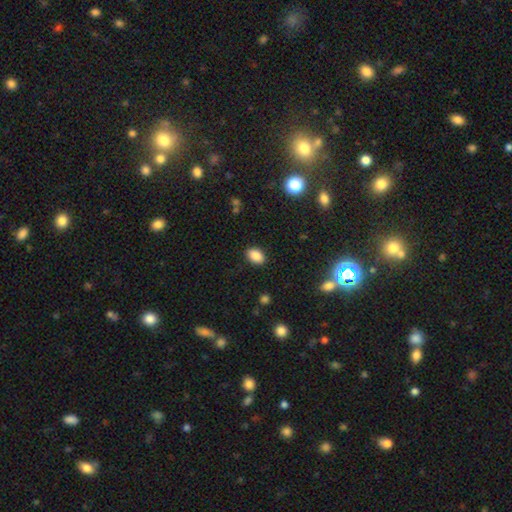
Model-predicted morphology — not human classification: Smooth or featured? smooth (87%)
How rounded? in between (84%)
Merging? none (88%)